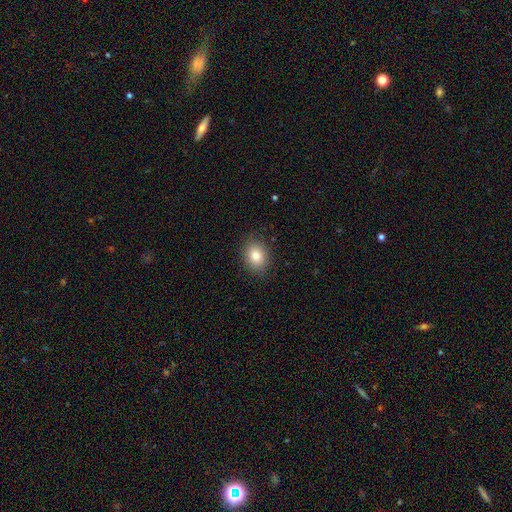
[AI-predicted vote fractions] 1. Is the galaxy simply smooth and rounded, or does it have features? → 83% smooth, 9% star or artifact, 8% featured or disk.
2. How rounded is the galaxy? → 56% in between, 43% round, 1% cigar-shaped.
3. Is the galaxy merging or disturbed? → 87% none, 10% minor disturbance, 3% major disturbance, 1% merger.